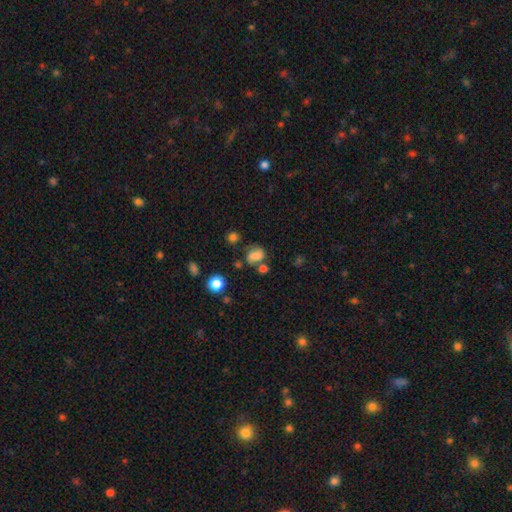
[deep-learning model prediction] Q: Smooth or featured?
A: smooth (70%); runner-up: featured or disk (16%)
Q: How rounded?
A: in between (58%); runner-up: round (41%)
Q: Merging?
A: none (48%); runner-up: minor disturbance (22%)